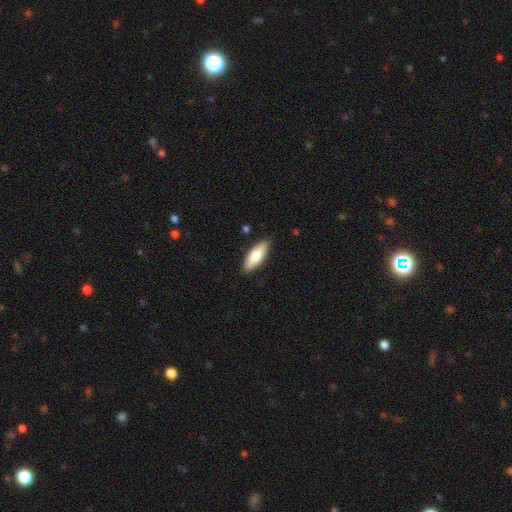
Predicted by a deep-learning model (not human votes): Smooth or featured: smooth — 75% (featured or disk — 20%)
How rounded: in between — 68% (cigar-shaped — 30%)
Merging: none — 88% (minor disturbance — 9%)